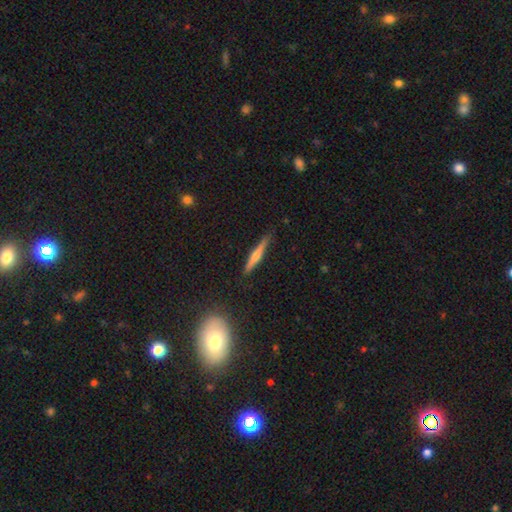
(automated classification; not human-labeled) This appears to be a featured or disk galaxy (57%) viewed edge-on (97%) with a rounded central bulge (80%). Merging: none (88%).